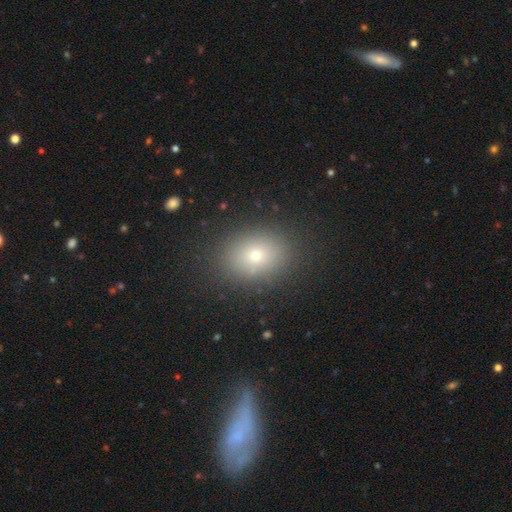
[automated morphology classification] smooth-or-featured: smooth: 72% | star or artifact: 15% | featured or disk: 13%
  how-rounded: in between: 61% | round: 37% | cigar-shaped: 1%
  merging: none: 85% | minor disturbance: 9% | major disturbance: 4% | merger: 1%